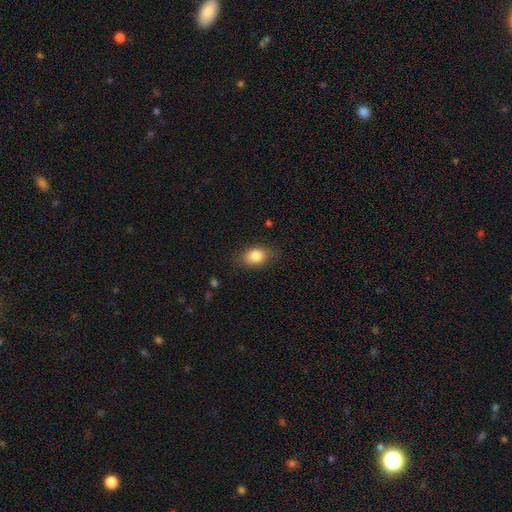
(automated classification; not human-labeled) Morphology: type=smooth (83%); roundness=in between (80%); merging=none (80%).